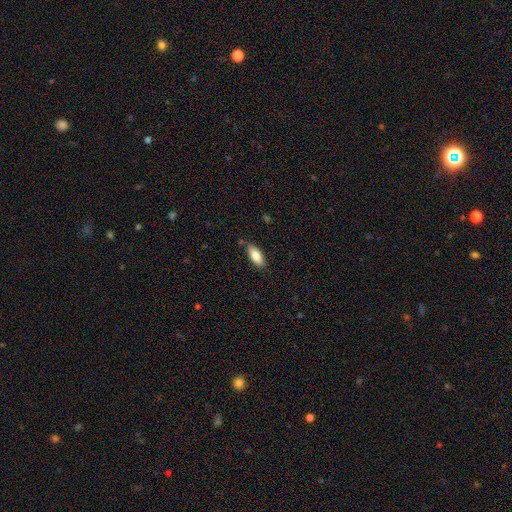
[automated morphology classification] A smooth galaxy with no disk features (81%) that is in between round and cigar-shaped (79%). Merging: none (80%).